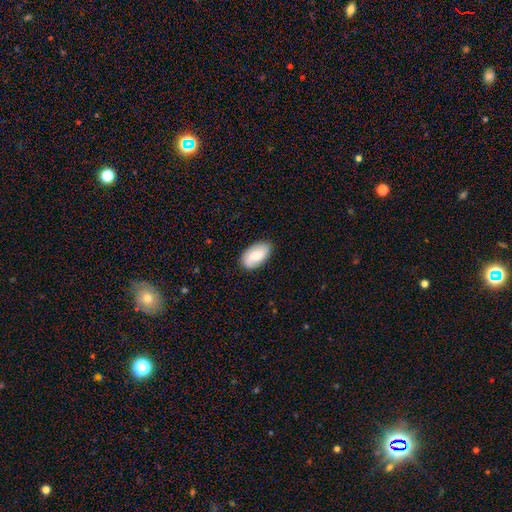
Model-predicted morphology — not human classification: smooth-or-featured: smooth: 72% | featured or disk: 22% | star or artifact: 6%
  how-rounded: in between: 94% | round: 4% | cigar-shaped: 2%
  merging: none: 83% | minor disturbance: 14% | major disturbance: 3% | merger: 1%